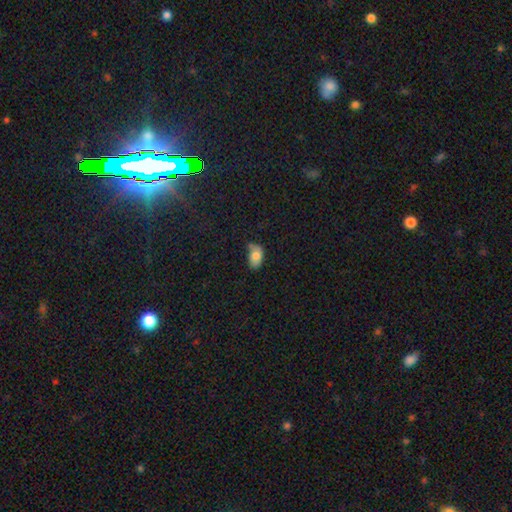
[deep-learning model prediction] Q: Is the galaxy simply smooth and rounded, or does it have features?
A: smooth — 75%.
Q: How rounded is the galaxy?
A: in between — 88%.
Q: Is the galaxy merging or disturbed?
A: minor disturbance — 41%, tied with none.